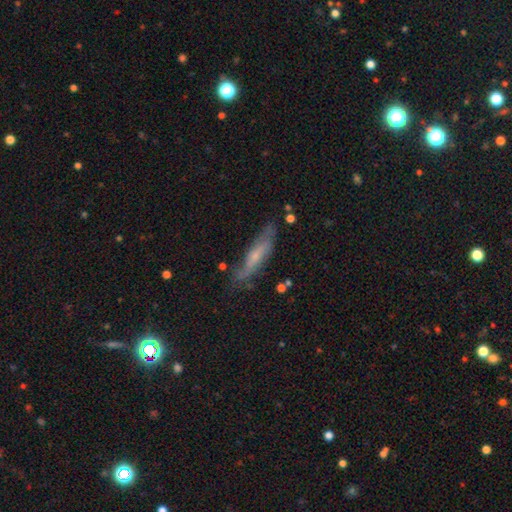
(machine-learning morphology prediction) smooth_or_featured: featured or disk (p=0.51) [alt: smooth p=0.42]
disk_edge_on: yes (p=0.52) [alt: no p=0.48]
merging: none (p=0.64) [alt: minor disturbance p=0.24]